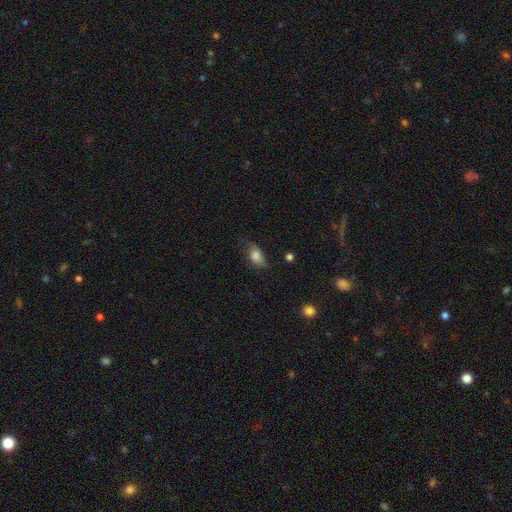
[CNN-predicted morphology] This is likely a smooth galaxy (76%). How rounded: clearly in between (84%). Merging: possibly none (50%).